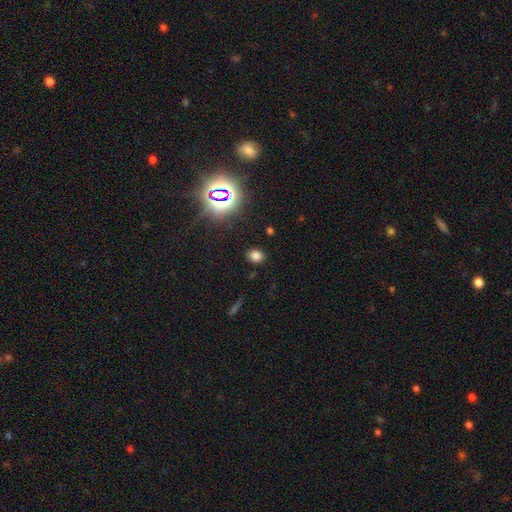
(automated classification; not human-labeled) Smooth or featured? smooth (72%)
How rounded? in between (63%)
Merging? none (87%)